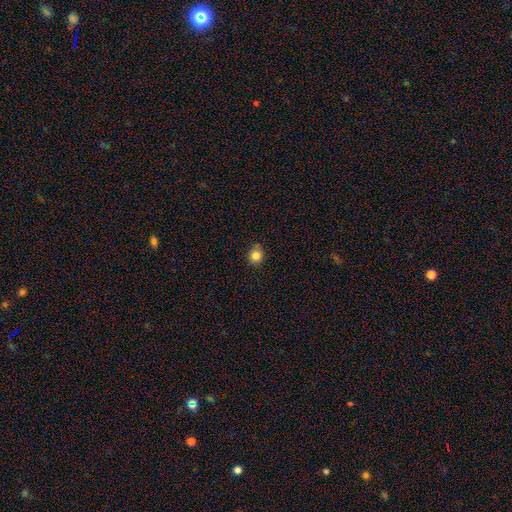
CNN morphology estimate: This is clearly a smooth galaxy (84%). How rounded: clearly round (82%). Merging: clearly none (84%).